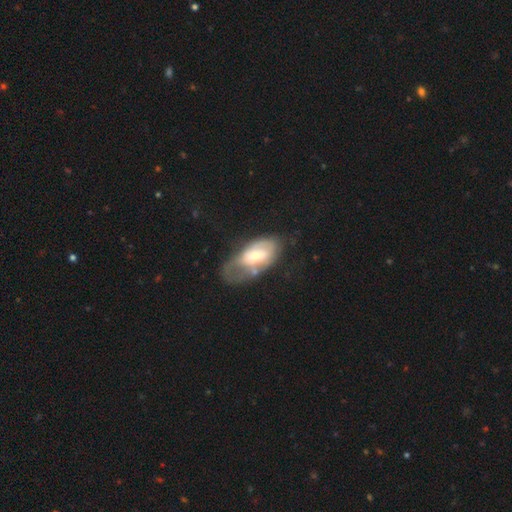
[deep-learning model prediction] featured or disk 51%, smooth 42%, star or artifact 6%. Down the decision tree: edge-on disk — no (92%); merging — major disturbance (35%).